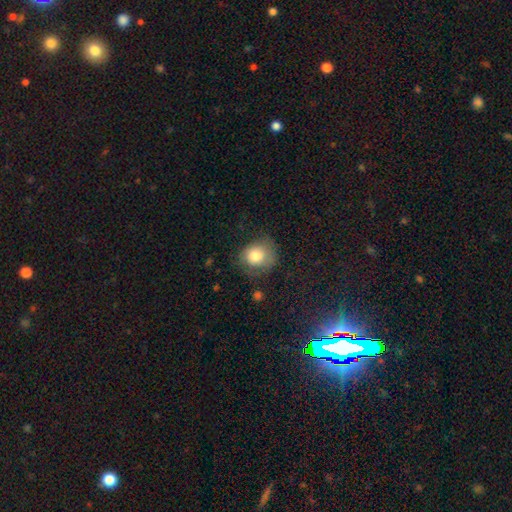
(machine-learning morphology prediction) smooth 78%, featured or disk 13%, star or artifact 9%. Down the decision tree: how rounded — round (78%); merging — none (59%).